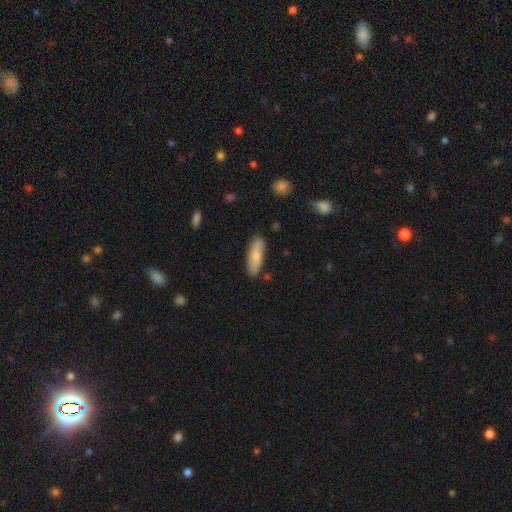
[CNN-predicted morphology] Smooth or featured?
  - smooth: 78% *
  - featured or disk: 16%
  - star or artifact: 6%
How rounded?
  - in between: 54% *
  - cigar-shaped: 44%
  - round: 2%
Merging?
  - none: 82% *
  - minor disturbance: 13%
  - major disturbance: 2%
  - merger: 2%